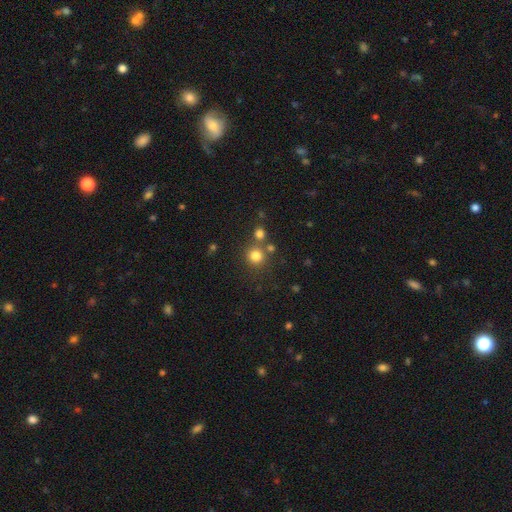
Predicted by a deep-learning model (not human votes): smooth-or-featured: smooth: 78% | star or artifact: 15% | featured or disk: 7%
  how-rounded: round: 92% | in between: 8% | cigar-shaped: 1%
  merging: none: 72% | merger: 17% | minor disturbance: 8% | major disturbance: 3%